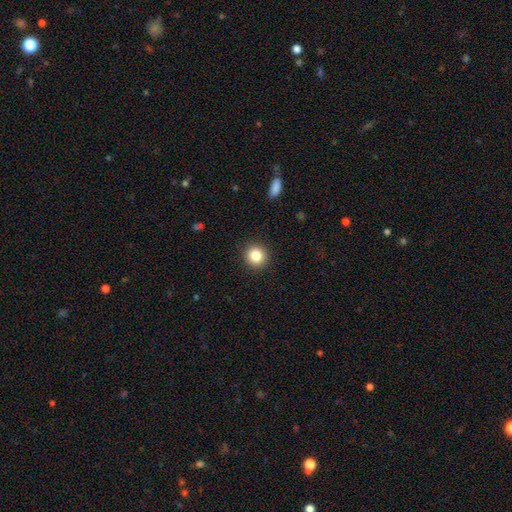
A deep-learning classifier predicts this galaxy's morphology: The model was most divided on "smooth or featured": smooth: 84%, star or artifact: 10%, featured or disk: 5%. More confident: merging — none (92%); how rounded — round (91%).